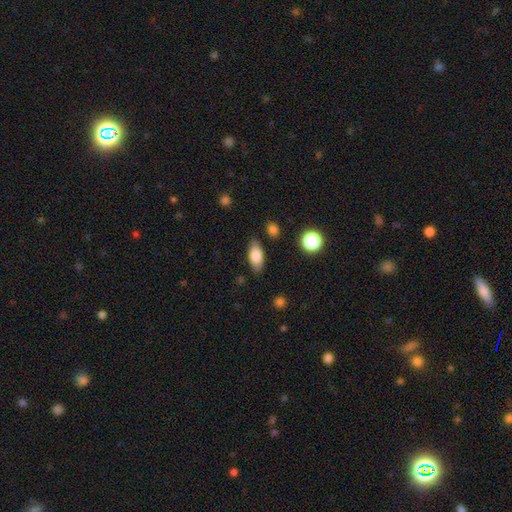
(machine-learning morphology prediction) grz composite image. It shows a smooth galaxy with no disk features (79%) that is in between round and cigar-shaped (86%). Merging: none (81%).